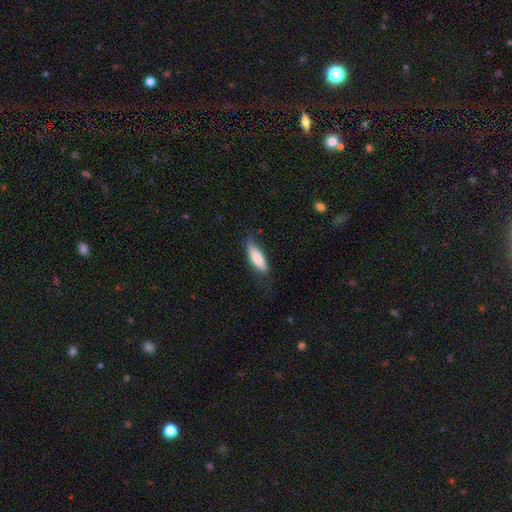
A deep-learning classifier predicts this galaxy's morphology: Smooth or featured?
  - smooth: 79% *
  - featured or disk: 15%
  - star or artifact: 6%
How rounded?
  - in between: 59% *
  - cigar-shaped: 39%
  - round: 2%
Merging?
  - none: 69% *
  - minor disturbance: 23%
  - major disturbance: 6%
  - merger: 1%